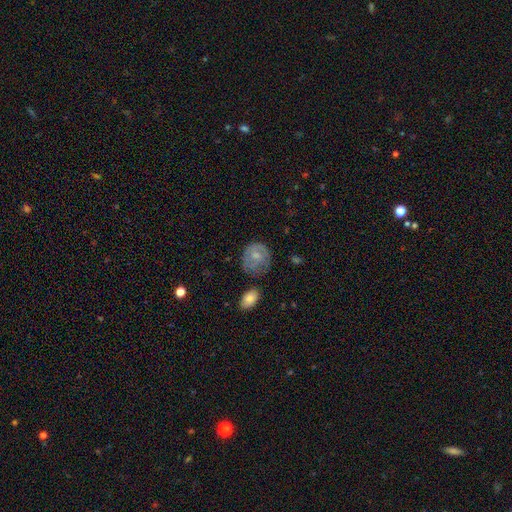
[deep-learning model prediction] A smooth galaxy with no disk features (47%).

Vote fractions:
- Smooth or featured? smooth: 47% / featured or disk: 46% / star or artifact: 7%
- Merging? none: 59% / minor disturbance: 26% / major disturbance: 11% / merger: 4%